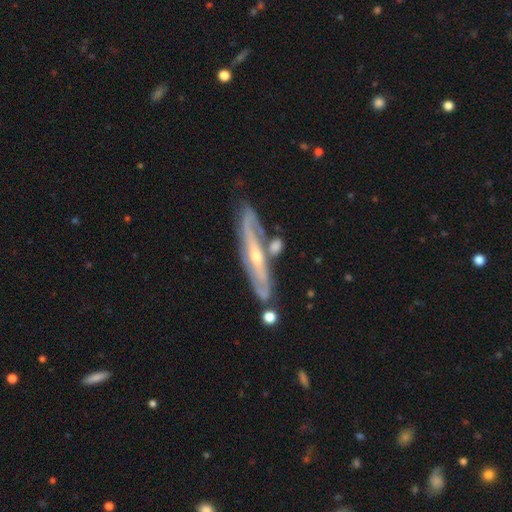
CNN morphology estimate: Overall: featured or disk (81%). Edge-on disk: no (52%; yes 48%). Merging: none (70%).